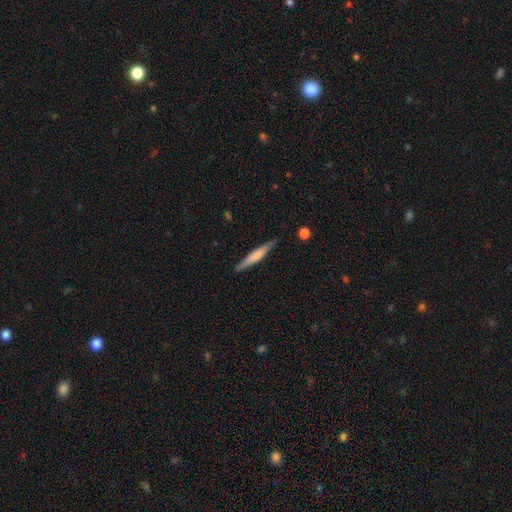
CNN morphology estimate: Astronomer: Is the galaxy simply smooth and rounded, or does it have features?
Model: smooth — 57% (runner-up: featured or disk, 38%).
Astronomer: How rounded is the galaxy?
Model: cigar-shaped — 94%.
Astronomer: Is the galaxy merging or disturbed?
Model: none — 87%.